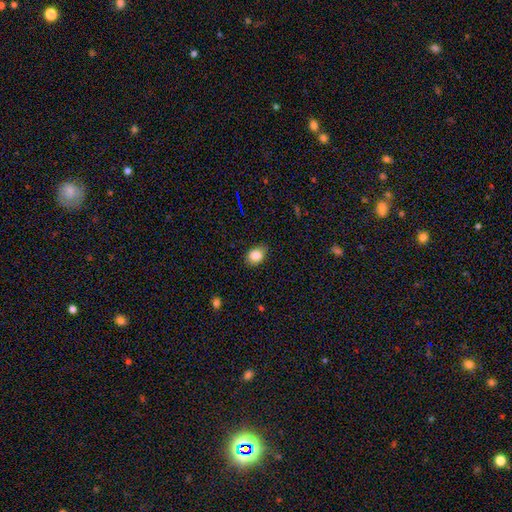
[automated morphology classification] smooth-or-featured: smooth: 84% | star or artifact: 9% | featured or disk: 6%
  how-rounded: in between: 66% | round: 33% | cigar-shaped: 1%
  merging: none: 83% | minor disturbance: 13% | major disturbance: 2% | merger: 1%